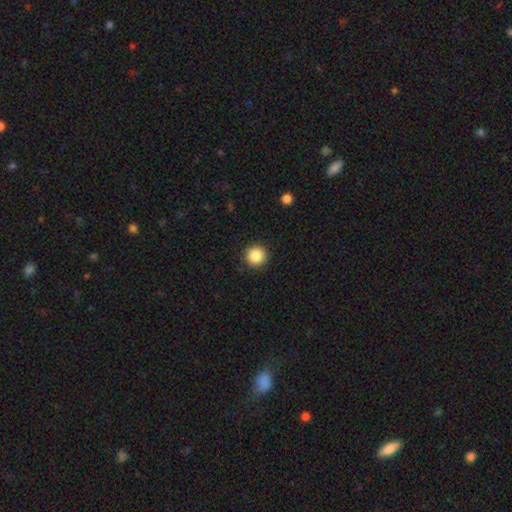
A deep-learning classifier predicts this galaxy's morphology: Smooth or featured: smooth — 87% (star or artifact — 9%)
How rounded: round — 96% (in between — 4%)
Merging: none — 92% (minor disturbance — 5%)